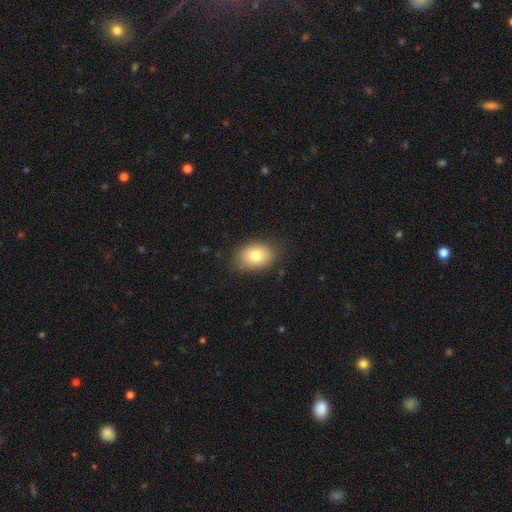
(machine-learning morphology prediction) Smooth or featured? Predicted: smooth (p=0.80). How rounded? Predicted: in between (p=0.72). Merging? Predicted: none (p=0.82).